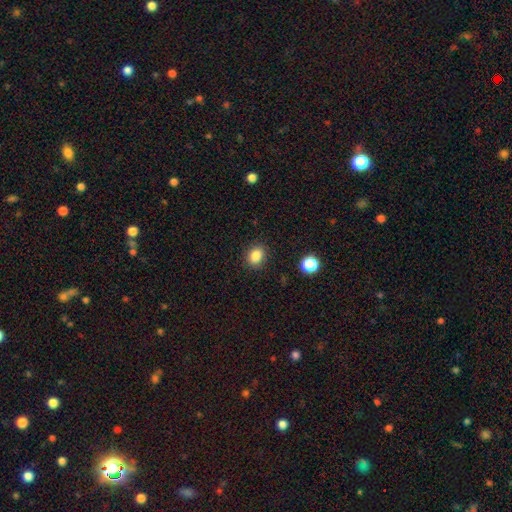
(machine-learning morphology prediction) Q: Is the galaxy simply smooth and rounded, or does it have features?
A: smooth — 86%.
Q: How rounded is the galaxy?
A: in between — 52%.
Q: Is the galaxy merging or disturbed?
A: none — 88%.